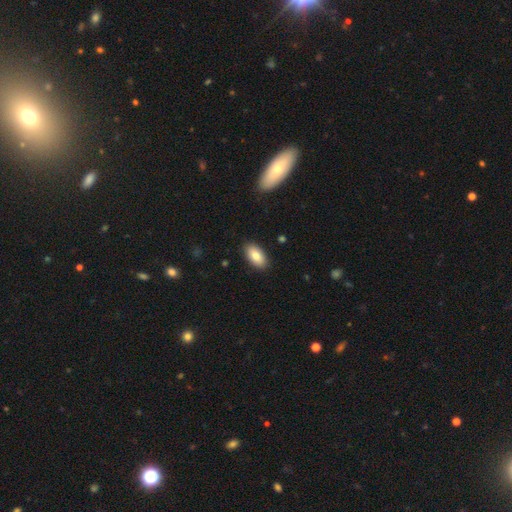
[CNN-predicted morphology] Smooth or featured? smooth (82%)
How rounded? in between (93%)
Merging? none (89%)